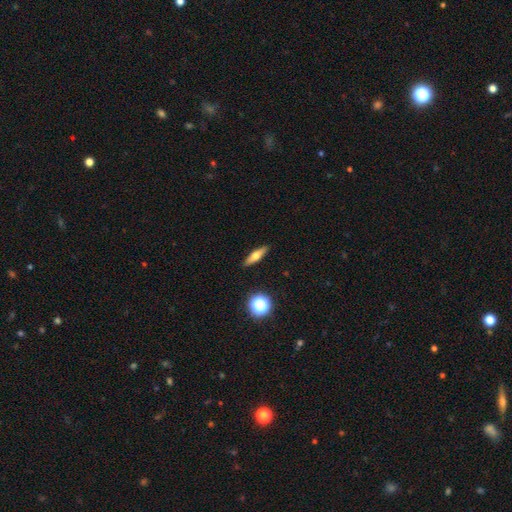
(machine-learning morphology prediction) Smooth or featured? smooth (53%)
How rounded? cigar-shaped (63%)
Merging? none (90%)